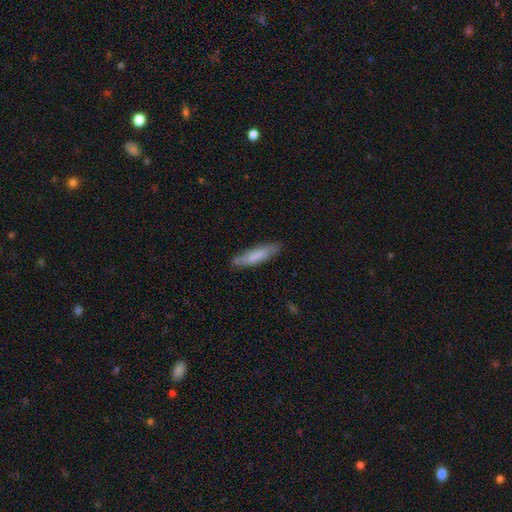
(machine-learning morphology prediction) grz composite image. It shows a smooth galaxy with no disk features (71%) that is cigar-shaped (77%). Merging: none (78%).